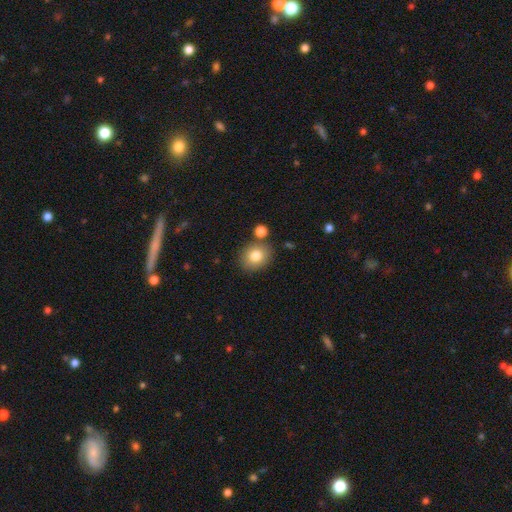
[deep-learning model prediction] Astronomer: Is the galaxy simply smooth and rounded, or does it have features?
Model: smooth — 81%.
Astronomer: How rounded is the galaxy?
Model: round — 63%.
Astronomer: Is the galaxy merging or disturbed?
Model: none — 77%.